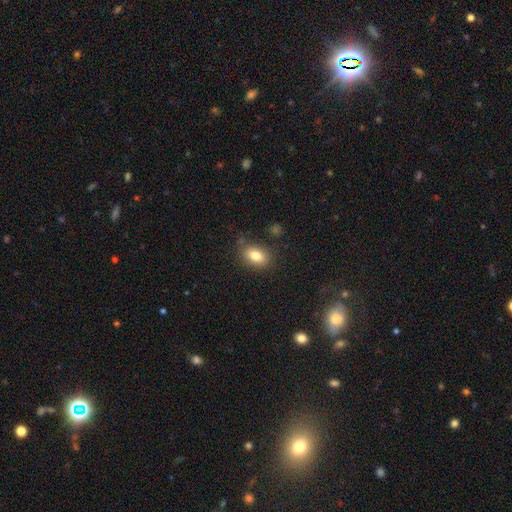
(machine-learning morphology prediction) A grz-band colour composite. It shows a smooth galaxy with no disk features (81%) that is in between round and cigar-shaped (82%). Merging: none (79%).